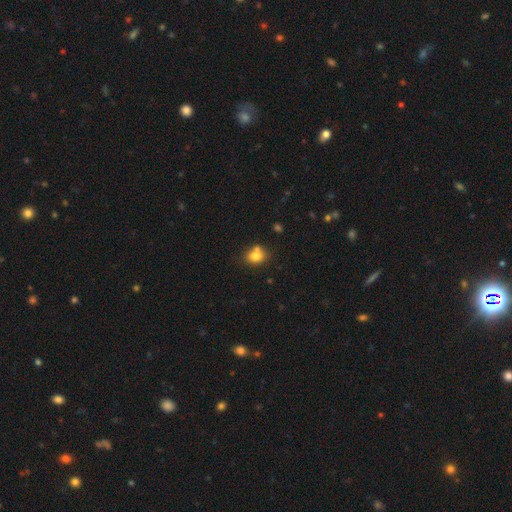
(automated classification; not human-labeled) Smooth or featured? smooth (79%)
How rounded? round (50%)
Merging? none (54%)